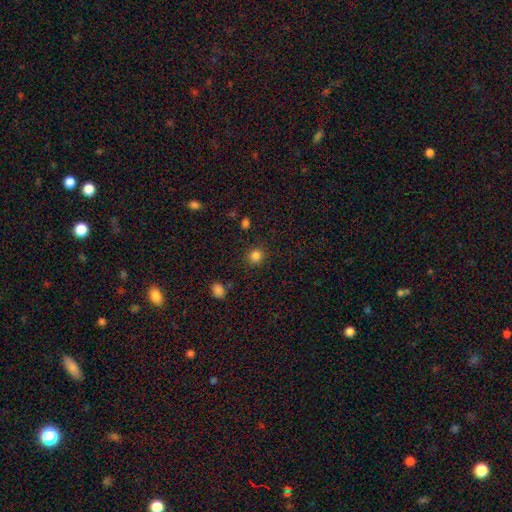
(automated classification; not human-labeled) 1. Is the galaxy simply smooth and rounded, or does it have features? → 84% smooth, 12% star or artifact, 4% featured or disk.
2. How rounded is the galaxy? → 84% round, 15% in between, 1% cigar-shaped.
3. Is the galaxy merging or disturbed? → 88% none, 8% minor disturbance, 3% major disturbance, 2% merger.